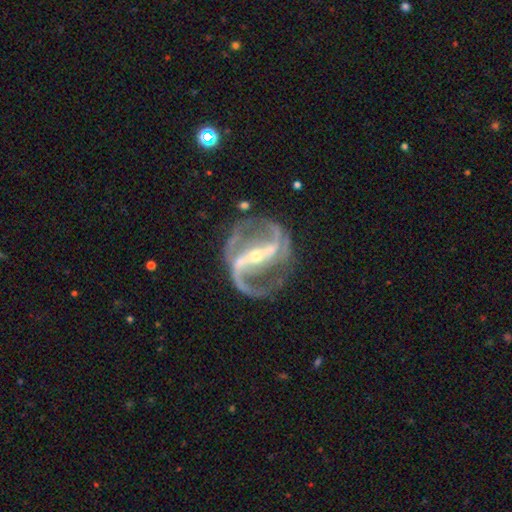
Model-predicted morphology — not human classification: The model was most divided on "spiral winding": medium: 50%, loose: 34%, tight: 16%. More confident: spiral arms — yes (97%); edge-on disk — no (96%); smooth or featured — featured or disk (92%); spiral arm count — 2 (88%); bar — strong (78%); merging — none (73%); bulge size — small (68%).